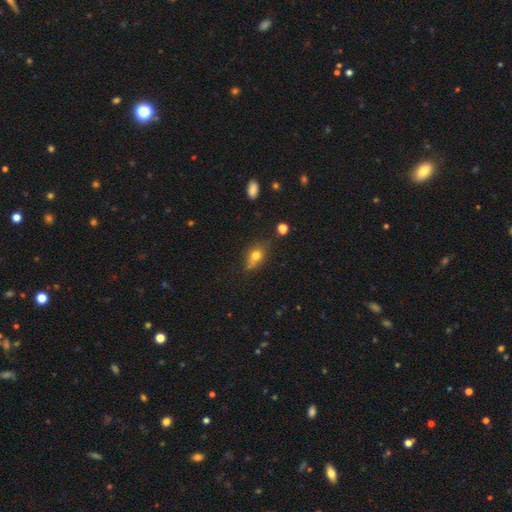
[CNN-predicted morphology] This appears to be a smooth galaxy with no disk features (72%) that is in between round and cigar-shaped (62%). Merging: none (55%).